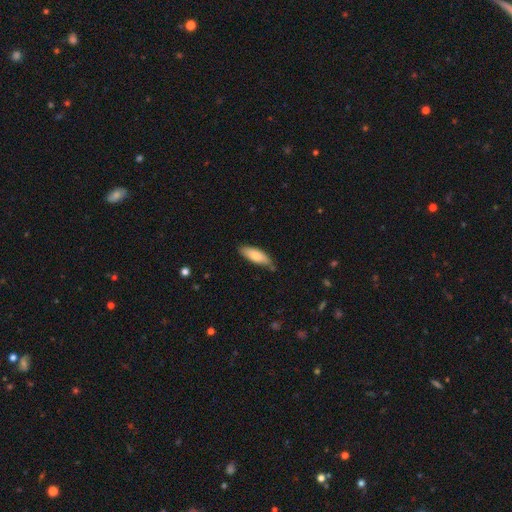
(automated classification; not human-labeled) This appears to be a smooth galaxy with no disk features (79%) that is in between round and cigar-shaped (59%). Merging: none (69%).